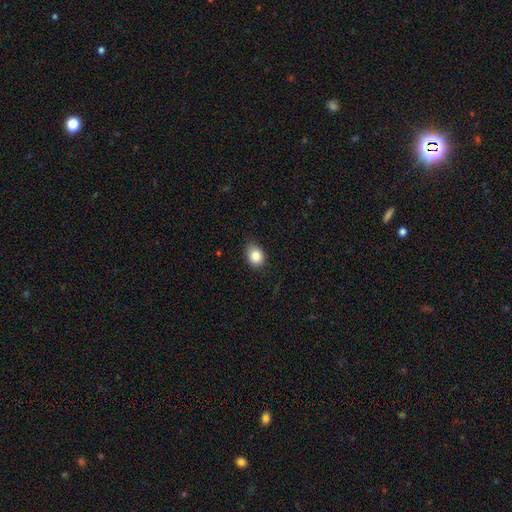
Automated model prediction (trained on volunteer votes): A smooth galaxy with no disk features (85%) that is in between round and cigar-shaped (61%).

Vote fractions:
- Smooth or featured? smooth: 85% / star or artifact: 9% / featured or disk: 6%
- How rounded? in between: 61% / round: 38% / cigar-shaped: 1%
- Merging? none: 75% / minor disturbance: 21% / major disturbance: 3% / merger: 1%